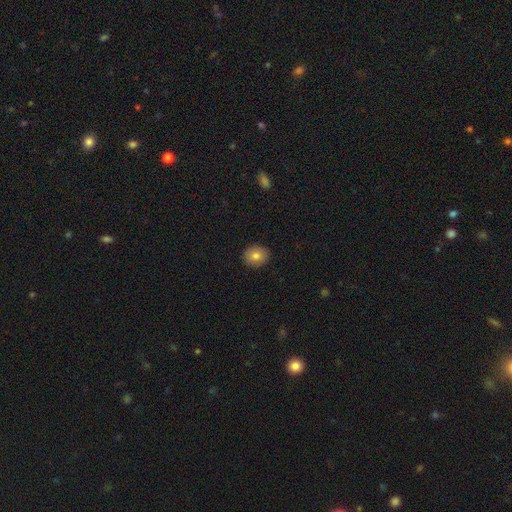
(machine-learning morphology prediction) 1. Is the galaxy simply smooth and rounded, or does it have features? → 82% smooth, 9% featured or disk, 9% star or artifact.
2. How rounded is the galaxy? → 66% round, 33% in between, 1% cigar-shaped.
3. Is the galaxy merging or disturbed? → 91% none, 7% minor disturbance, 2% major disturbance, 1% merger.